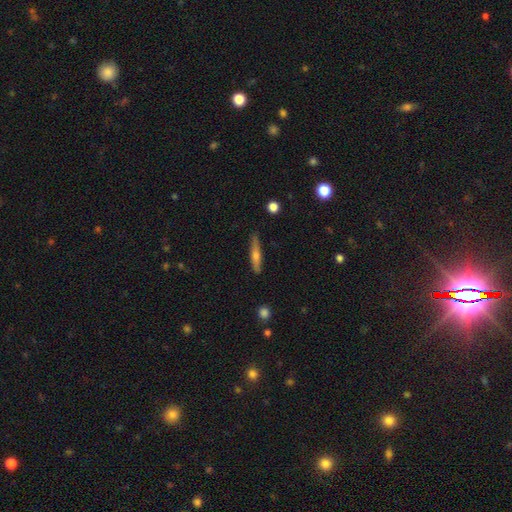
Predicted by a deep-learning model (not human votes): Smooth or featured: smooth — 51% (featured or disk — 43%)
How rounded: cigar-shaped — 86% (in between — 12%)
Merging: none — 84% (minor disturbance — 12%)